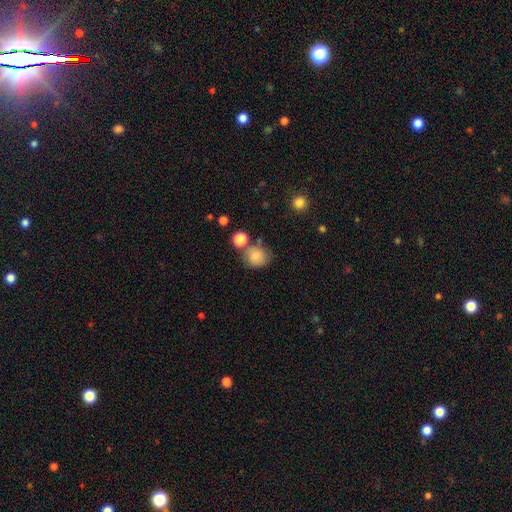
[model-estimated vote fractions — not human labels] A smooth galaxy with no disk features (80%) that is round (78%).

Vote fractions:
- Smooth or featured? smooth: 80% / star or artifact: 11% / featured or disk: 9%
- How rounded? round: 78% / in between: 21% / cigar-shaped: 1%
- Merging? none: 64% / minor disturbance: 16% / merger: 15% / major disturbance: 5%